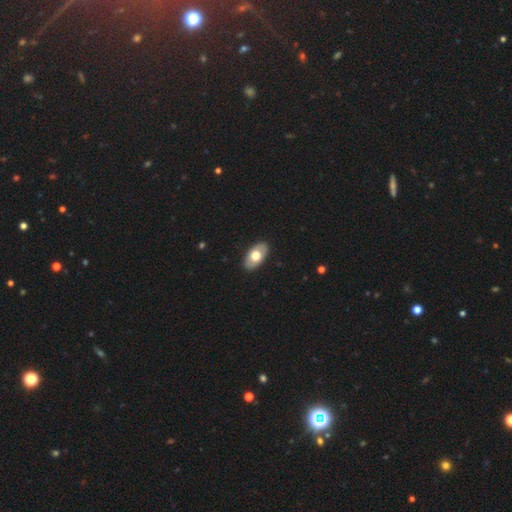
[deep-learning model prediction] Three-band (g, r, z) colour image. It shows a smooth galaxy with no disk features (61%) that is in between round and cigar-shaped (94%). Merging: none (89%).